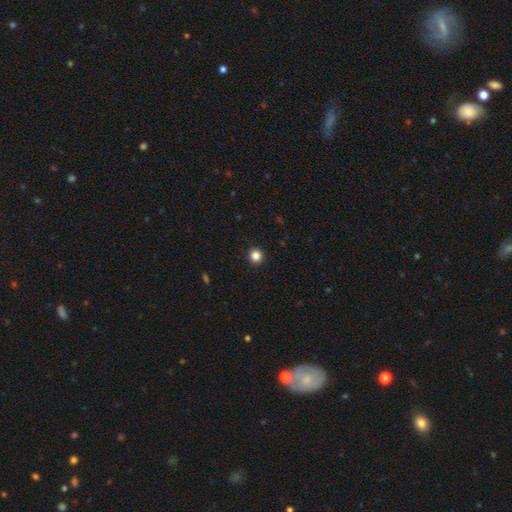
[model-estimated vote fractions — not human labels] smooth_or_featured: smooth (p=0.85) [alt: star or artifact p=0.12]
how_rounded: round (p=0.94) [alt: in between p=0.05]
merging: none (p=0.93) [alt: minor disturbance p=0.04]